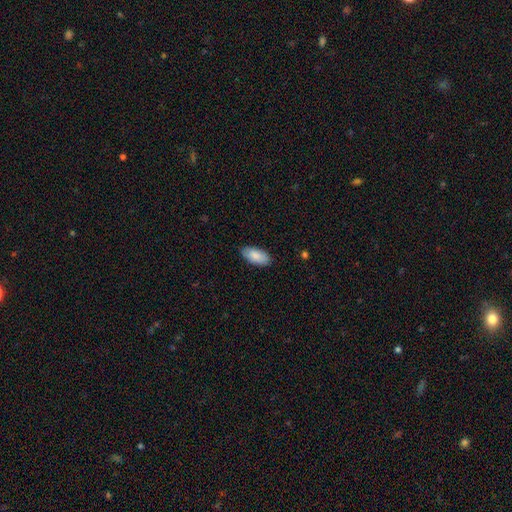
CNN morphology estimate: Overall: smooth (87%). How rounded: in between (93%). Merging: none (86%).